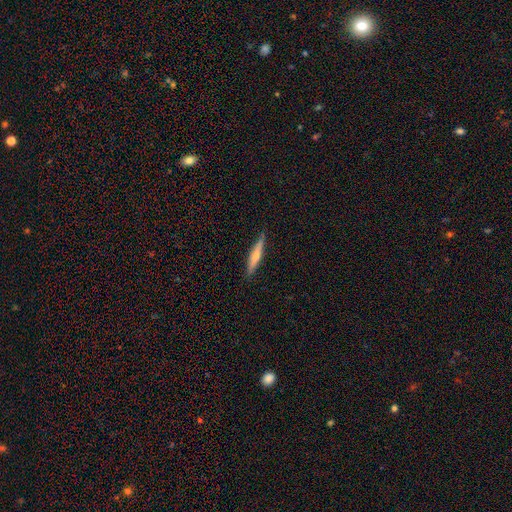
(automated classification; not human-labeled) Morphology: type=featured or disk (59%); edge-on=yes (97%); edge-on bulge=rounded (83%); merging=none (90%).